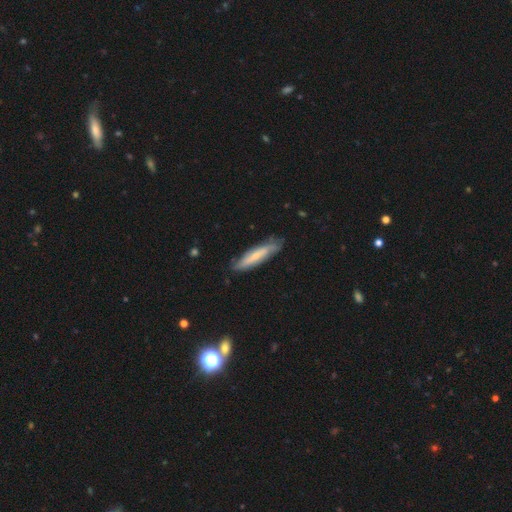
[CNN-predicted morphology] Overall: smooth (51%; featured or disk 43%). How rounded: cigar-shaped (80%). Merging: none (77%).